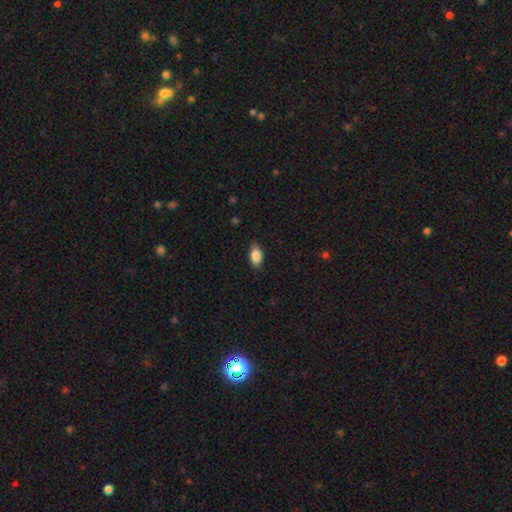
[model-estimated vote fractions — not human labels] This appears to be a smooth galaxy with no disk features (86%) that is in between round and cigar-shaped (91%). Merging: none (86%).